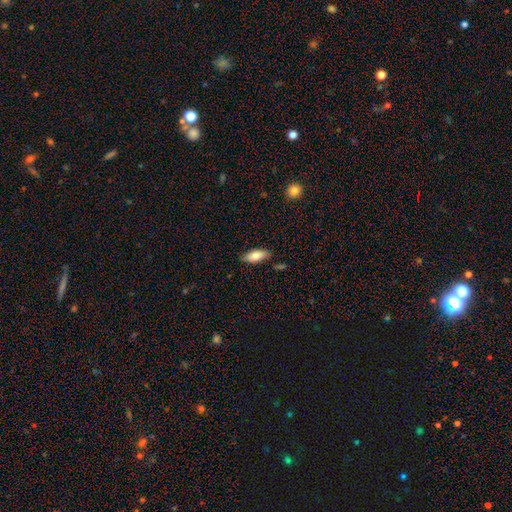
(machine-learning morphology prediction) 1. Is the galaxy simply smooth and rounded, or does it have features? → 81% smooth, 12% featured or disk, 7% star or artifact.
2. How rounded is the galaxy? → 81% in between, 17% cigar-shaped, 2% round.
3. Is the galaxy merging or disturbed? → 80% none, 15% minor disturbance, 3% major disturbance, 2% merger.